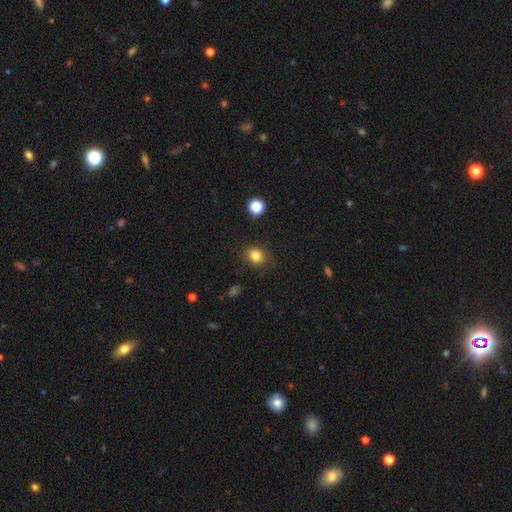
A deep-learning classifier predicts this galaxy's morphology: Q: Smooth or featured?
A: smooth (83%); runner-up: star or artifact (12%)
Q: How rounded?
A: round (69%); runner-up: in between (30%)
Q: Merging?
A: none (87%); runner-up: minor disturbance (9%)